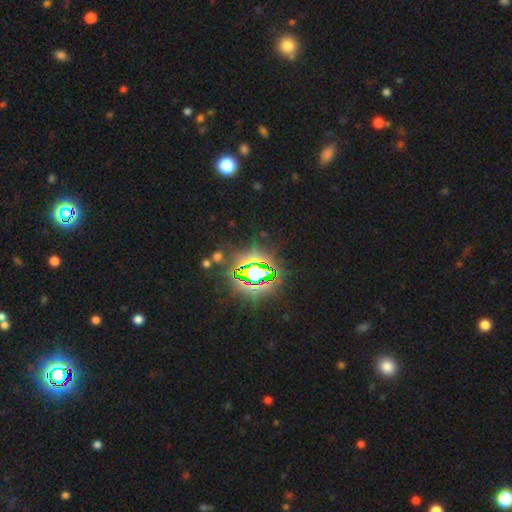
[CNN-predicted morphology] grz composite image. It shows a star or artifact, not a galaxy (79%).